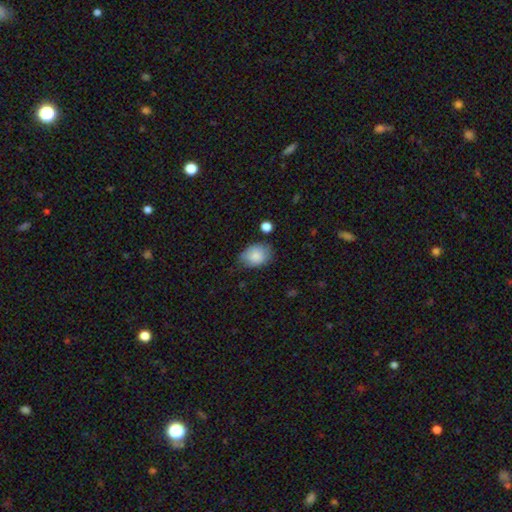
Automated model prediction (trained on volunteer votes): smooth 85%, featured or disk 7%, star or artifact 7%. Down the decision tree: how rounded — in between (75%); merging — none (63%).